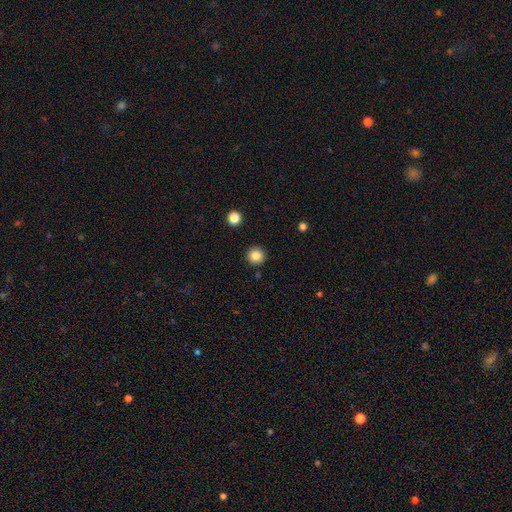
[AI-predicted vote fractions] Smooth or featured? smooth (85%)
How rounded? round (96%)
Merging? none (92%)